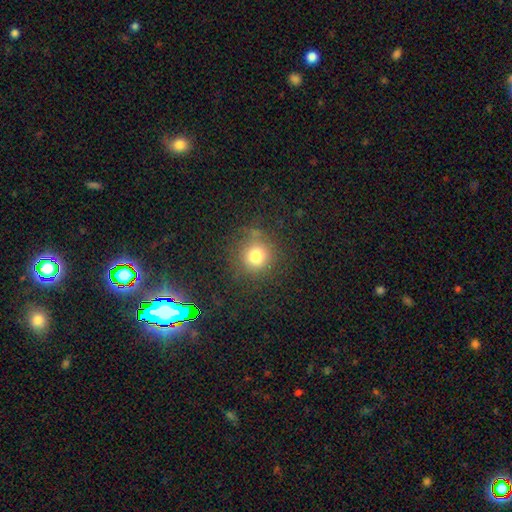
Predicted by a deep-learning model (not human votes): smooth 76%, star or artifact 16%, featured or disk 8%. Down the decision tree: how rounded — round (91%); merging — none (80%).